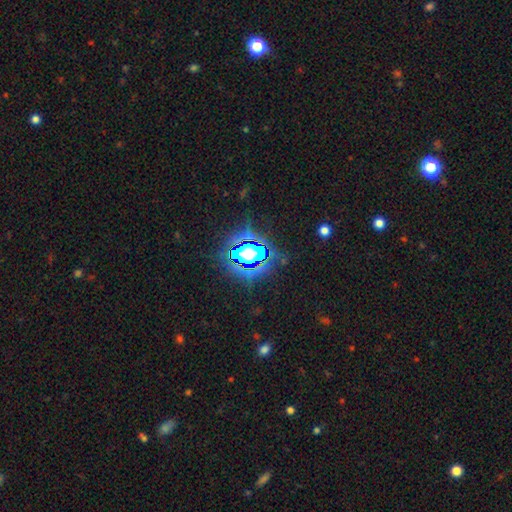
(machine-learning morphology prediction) Smooth or featured?
  - star or artifact: 79% *
  - smooth: 12%
  - featured or disk: 8%